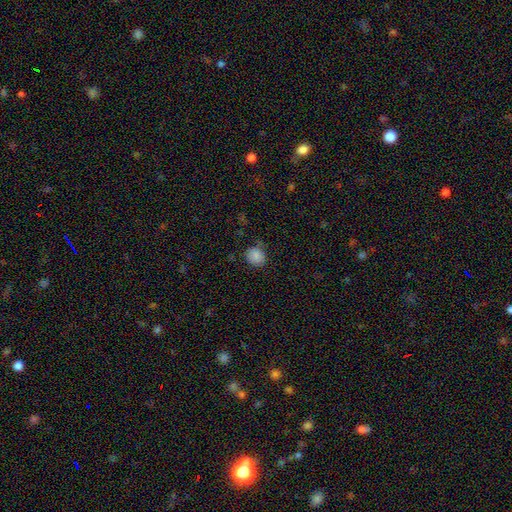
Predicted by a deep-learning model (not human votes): smooth-or-featured: smooth: 86% | star or artifact: 9% | featured or disk: 5%
  how-rounded: round: 75% | in between: 24% | cigar-shaped: 1%
  merging: none: 76% | minor disturbance: 18% | major disturbance: 4% | merger: 2%